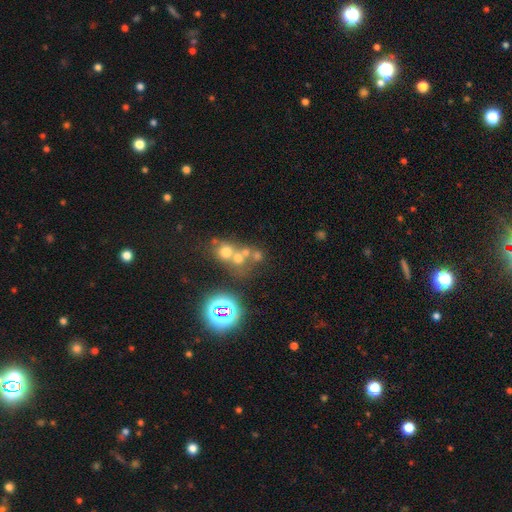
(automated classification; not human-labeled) Smooth or featured?
  - smooth: 43% *
  - star or artifact: 37%
  - featured or disk: 20%
Merging?
  - merger: 45% *
  - none: 42%
  - minor disturbance: 8%
  - major disturbance: 5%